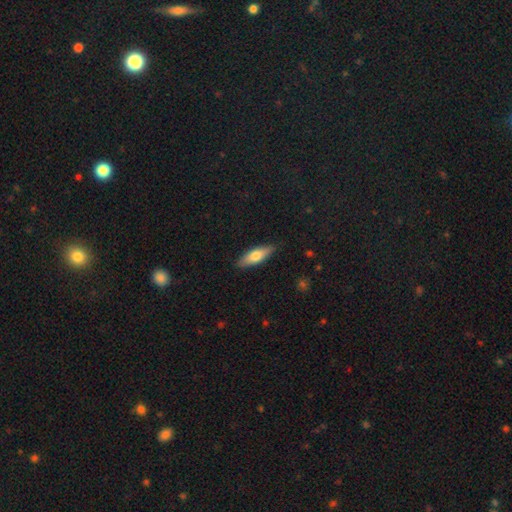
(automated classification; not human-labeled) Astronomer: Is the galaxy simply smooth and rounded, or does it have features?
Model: smooth — 69%.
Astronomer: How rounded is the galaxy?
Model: in between — 55% (runner-up: cigar-shaped, 43%).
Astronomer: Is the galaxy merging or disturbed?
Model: none — 87%.